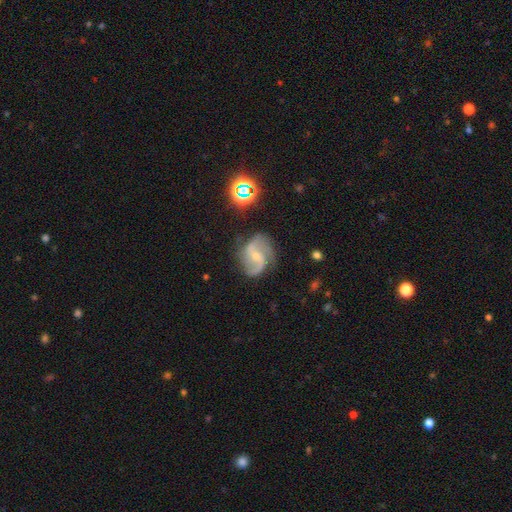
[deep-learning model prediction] Smooth or featured? featured or disk (87%)
Edge-on disk? no (98%)
Bar? weak (45%)
Spiral arms? yes (97%)
Spiral winding? loose (49%)
Spiral arm count? 2 (90%)
Bulge size? small (62%)
Merging? none (73%)